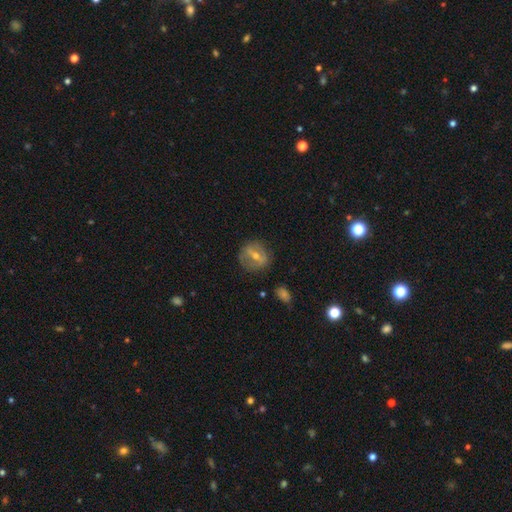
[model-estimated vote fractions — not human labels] Q: Smooth or featured?
A: featured or disk (55%); runner-up: smooth (33%)
Q: Edge-on disk?
A: no (89%); runner-up: yes (11%)
Q: Merging?
A: none (78%); runner-up: minor disturbance (14%)